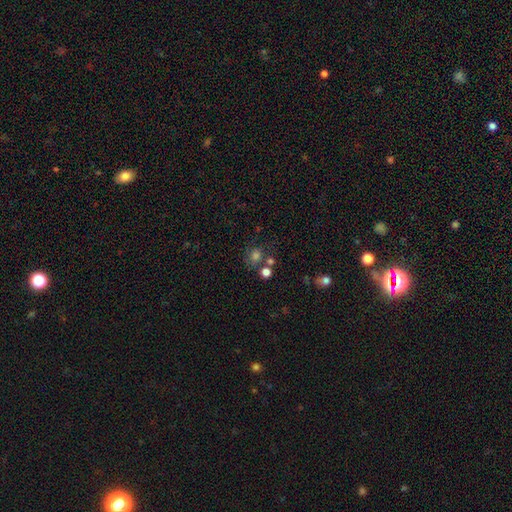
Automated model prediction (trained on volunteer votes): Morphology: type=smooth (61%); roundness=round (73%); merging=none (60%).